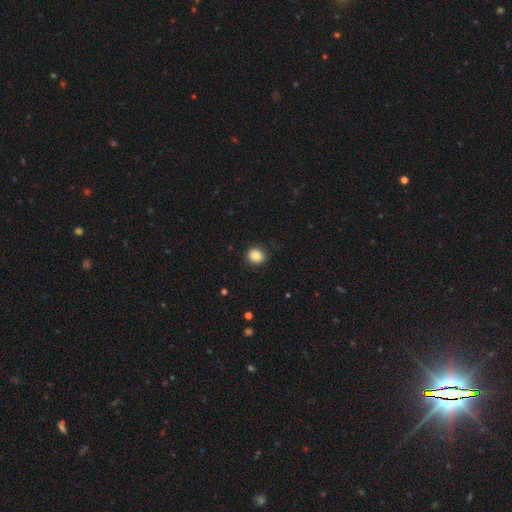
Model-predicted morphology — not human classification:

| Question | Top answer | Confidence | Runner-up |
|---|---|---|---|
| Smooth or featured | smooth | 86% | star or artifact (10%) |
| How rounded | round | 75% | in between (24%) |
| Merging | none | 90% | minor disturbance (7%) |